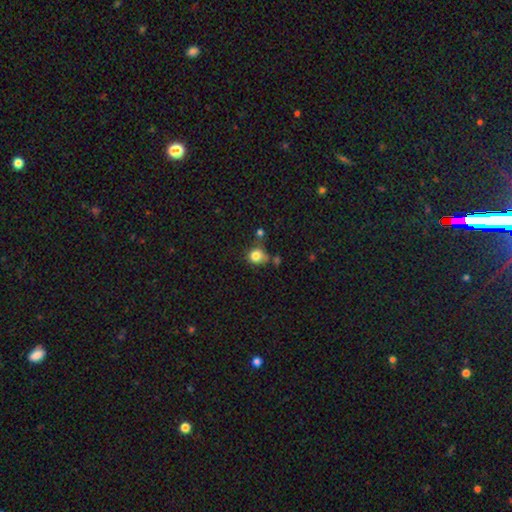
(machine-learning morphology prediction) smooth_or_featured: smooth (p=0.82) [alt: star or artifact p=0.11]
how_rounded: round (p=0.77) [alt: in between p=0.22]
merging: none (p=0.57) [alt: minor disturbance p=0.22]